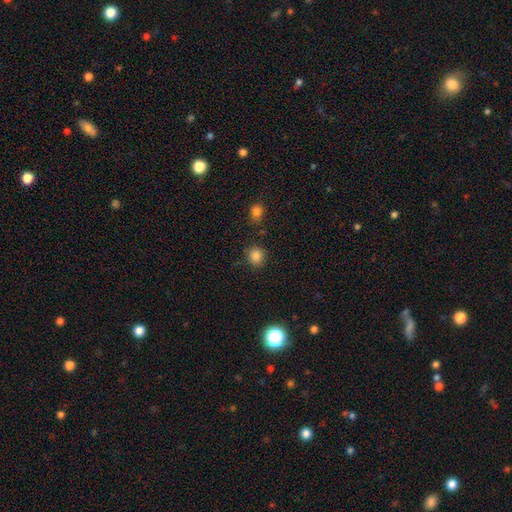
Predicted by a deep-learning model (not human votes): Overall: smooth (85%). How rounded: round (87%). Merging: none (85%).